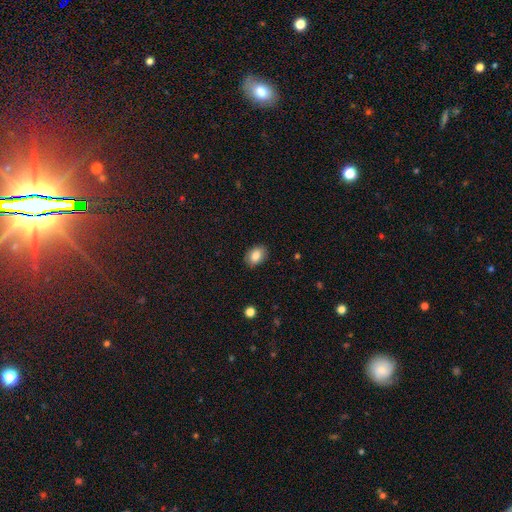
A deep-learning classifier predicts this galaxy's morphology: smooth-or-featured: smooth: 83% | featured or disk: 9% | star or artifact: 8%
  how-rounded: in between: 79% | round: 20% | cigar-shaped: 1%
  merging: none: 87% | minor disturbance: 10% | major disturbance: 2% | merger: 1%